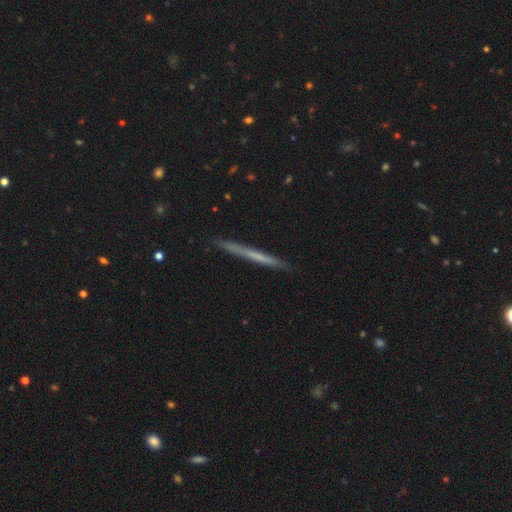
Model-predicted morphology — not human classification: Smooth or featured?
  - smooth: 49% *
  - featured or disk: 45%
  - star or artifact: 6%
Merging?
  - none: 89% *
  - minor disturbance: 8%
  - major disturbance: 1%
  - merger: 1%